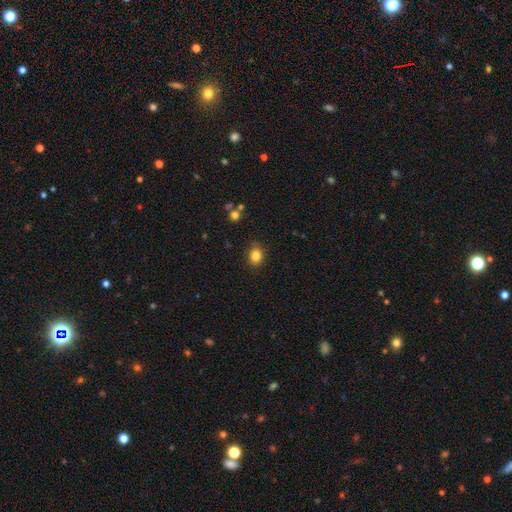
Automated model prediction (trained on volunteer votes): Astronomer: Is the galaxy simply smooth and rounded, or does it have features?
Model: smooth — 83%.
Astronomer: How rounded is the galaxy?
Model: round — 54% (runner-up: in between, 45%).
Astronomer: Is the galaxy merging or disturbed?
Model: none — 83%.